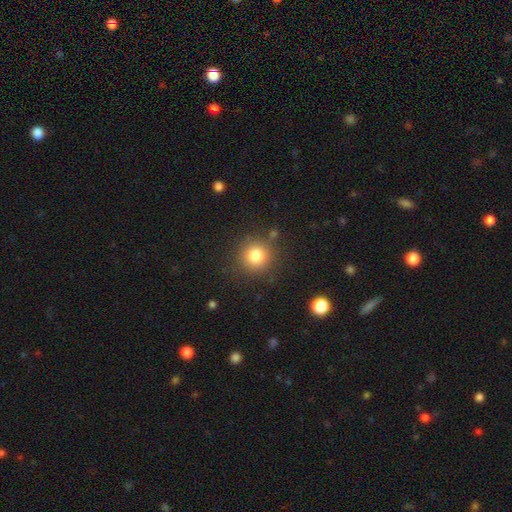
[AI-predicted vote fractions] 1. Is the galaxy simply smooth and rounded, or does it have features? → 81% smooth, 12% star or artifact, 7% featured or disk.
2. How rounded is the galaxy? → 93% round, 6% in between, 1% cigar-shaped.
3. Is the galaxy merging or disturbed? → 85% none, 8% minor disturbance, 3% major disturbance, 3% merger.